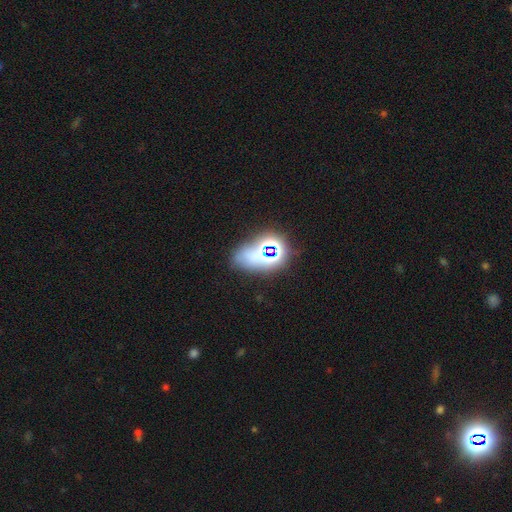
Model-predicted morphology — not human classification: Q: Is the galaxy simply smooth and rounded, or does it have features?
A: star or artifact — 51%.